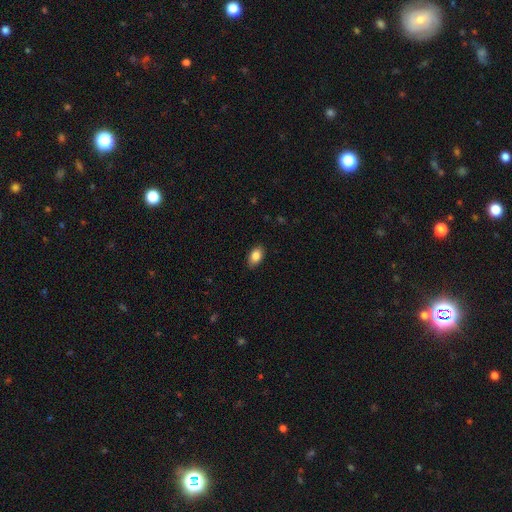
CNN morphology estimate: Q: Smooth or featured?
A: smooth (86%); runner-up: star or artifact (8%)
Q: How rounded?
A: in between (89%); runner-up: round (10%)
Q: Merging?
A: none (86%); runner-up: minor disturbance (11%)